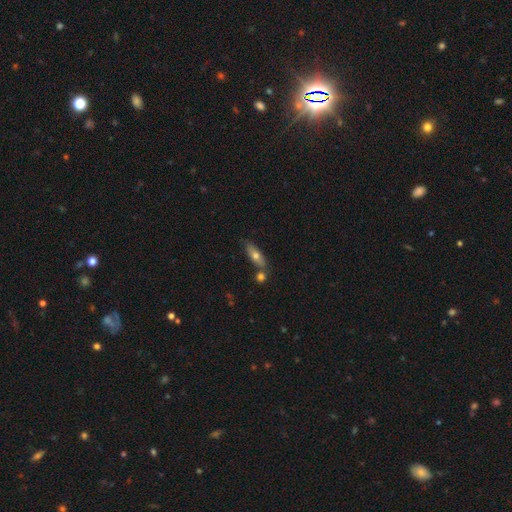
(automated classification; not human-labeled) A smooth galaxy with no disk features (65%) that is in between round and cigar-shaped (59%). Merging: none (65%).